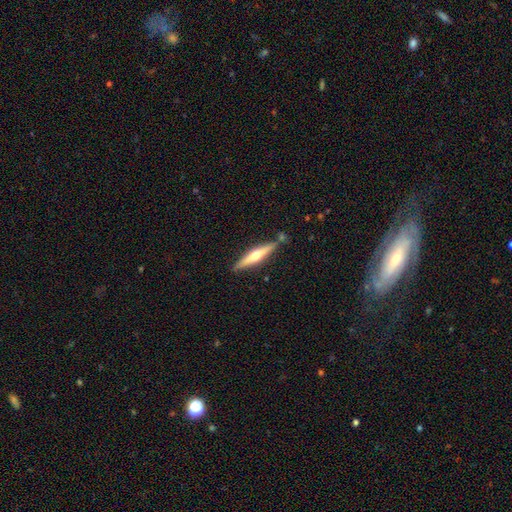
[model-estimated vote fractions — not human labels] Morphology: type=featured or disk (62%); edge-on=yes (96%); edge-on bulge=rounded (92%); merging=none (82%).